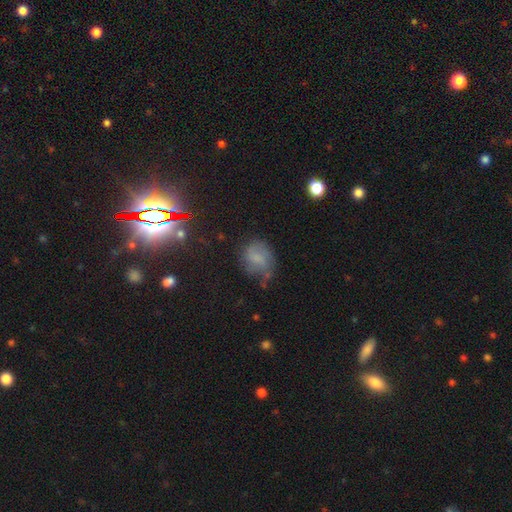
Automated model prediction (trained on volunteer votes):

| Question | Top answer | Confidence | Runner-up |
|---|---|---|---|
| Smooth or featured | smooth | 53% | featured or disk (32%) |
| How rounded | round | 56% | in between (42%) |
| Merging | none | 50% | minor disturbance (30%) |